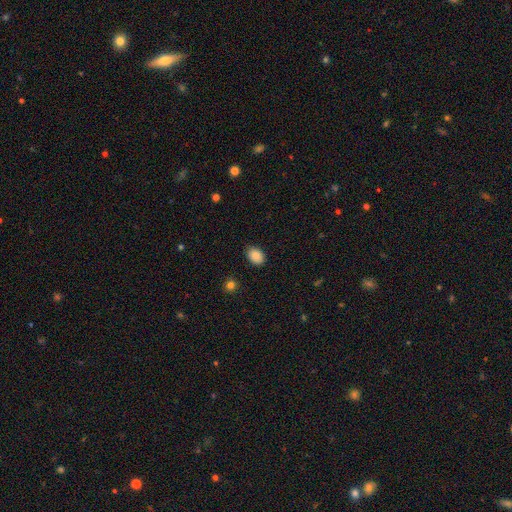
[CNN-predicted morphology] Q: Smooth or featured?
A: smooth (87%); runner-up: star or artifact (8%)
Q: How rounded?
A: in between (81%); runner-up: round (18%)
Q: Merging?
A: none (86%); runner-up: minor disturbance (11%)